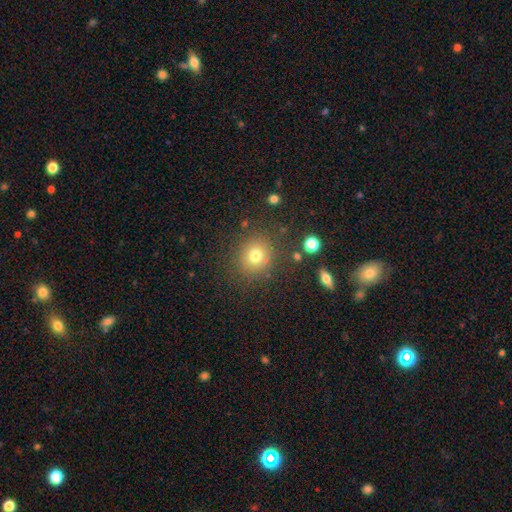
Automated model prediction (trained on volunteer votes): A smooth galaxy with no disk features (75%) that is round (83%). Merging: none (84%).